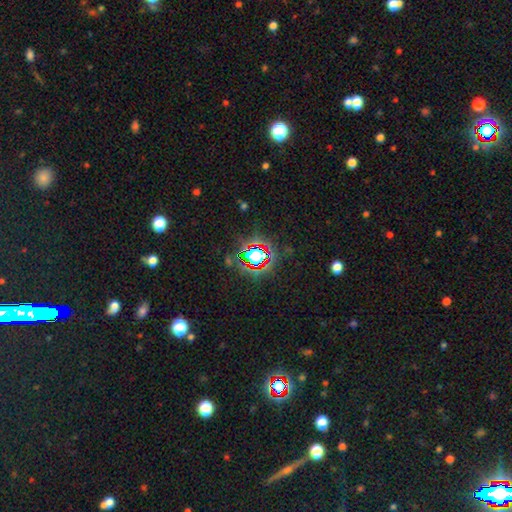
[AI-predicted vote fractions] This is likely a star or artifact rather than a galaxy (69%).